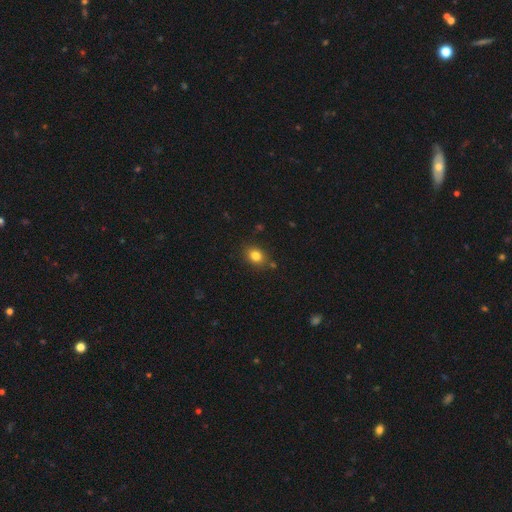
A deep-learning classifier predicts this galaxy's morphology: A smooth galaxy with no disk features (81%) that is in between round and cigar-shaped (54%).

Vote fractions:
- Smooth or featured? smooth: 81% / star or artifact: 12% / featured or disk: 7%
- How rounded? in between: 54% / round: 44% / cigar-shaped: 1%
- Merging? none: 82% / minor disturbance: 12% / merger: 4% / major disturbance: 3%